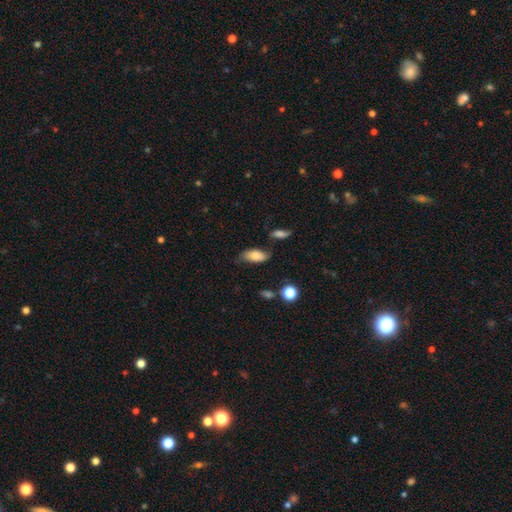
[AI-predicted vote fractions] A smooth galaxy with no disk features (76%) that is in between round and cigar-shaped (89%). Merging: none (61%).